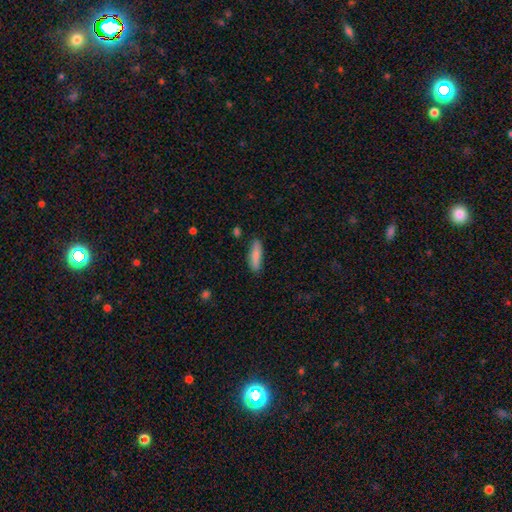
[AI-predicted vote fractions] Overall: smooth (84%). How rounded: cigar-shaped (60%; in between 38%). Merging: none (82%).